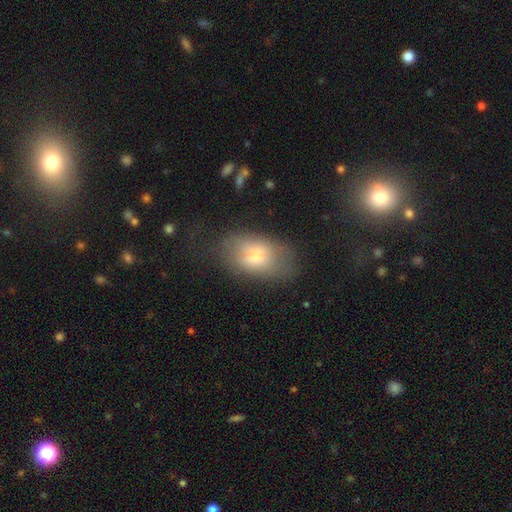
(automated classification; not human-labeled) Smooth or featured?
  - smooth: 68% *
  - featured or disk: 22%
  - star or artifact: 10%
How rounded?
  - in between: 88% *
  - round: 9%
  - cigar-shaped: 2%
Merging?
  - none: 53% *
  - minor disturbance: 26%
  - major disturbance: 18%
  - merger: 4%